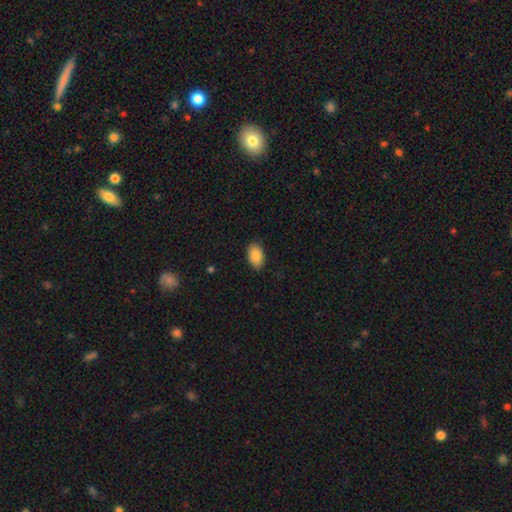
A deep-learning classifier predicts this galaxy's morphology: type=smooth (88%); roundness=in between (92%); merging=none (87%).